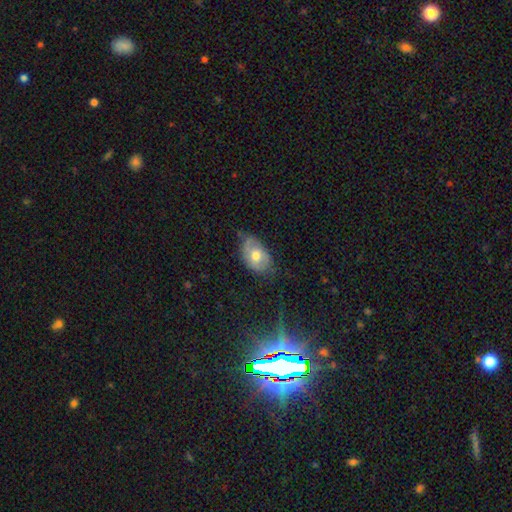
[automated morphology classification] This is possibly a smooth galaxy (56%). How rounded: clearly in between (86%). Merging: possibly none (50%).